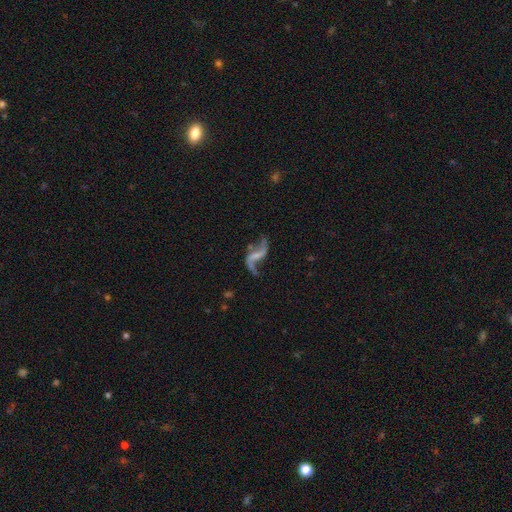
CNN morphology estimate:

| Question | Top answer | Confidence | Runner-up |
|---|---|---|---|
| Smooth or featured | featured or disk | 86% | smooth (7%) |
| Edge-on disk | no | 97% | yes (3%) |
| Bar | weak | 40% | no (33%) |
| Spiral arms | yes | 93% | no (7%) |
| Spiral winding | loose | 92% | medium (6%) |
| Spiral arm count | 2 | 92% | 1 (3%) |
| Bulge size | none | 56% | small (30%) |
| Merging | none | 64% | minor disturbance (16%) |